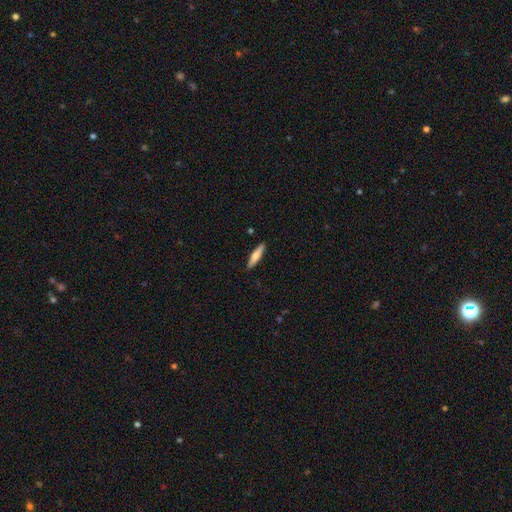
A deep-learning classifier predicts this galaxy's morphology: Smooth or featured? Predicted: smooth (p=0.62). How rounded? Predicted: cigar-shaped (p=0.82). Merging? Predicted: none (p=0.90).